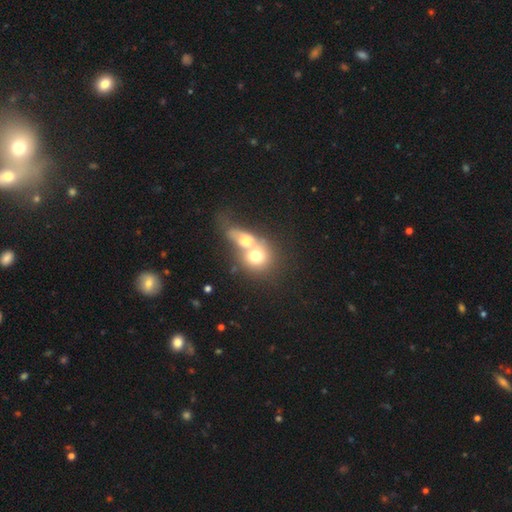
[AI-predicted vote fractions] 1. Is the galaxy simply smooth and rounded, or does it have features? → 65% smooth, 25% featured or disk, 10% star or artifact.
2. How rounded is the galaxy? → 69% round, 29% in between, 2% cigar-shaped.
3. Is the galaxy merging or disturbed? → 73% merger, 16% none, 6% major disturbance, 5% minor disturbance.